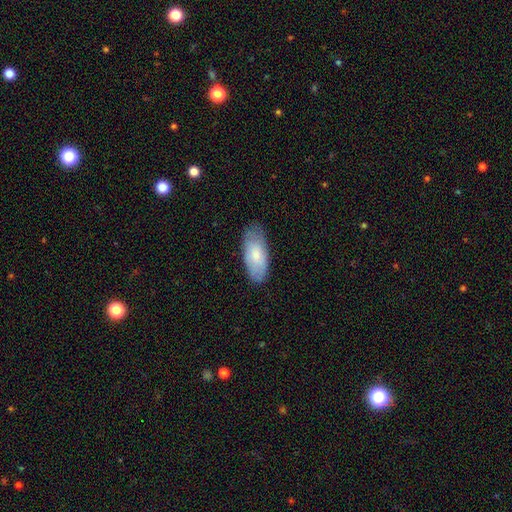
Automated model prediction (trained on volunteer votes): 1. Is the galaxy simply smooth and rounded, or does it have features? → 72% smooth, 23% featured or disk, 6% star or artifact.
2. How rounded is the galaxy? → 86% in between, 12% cigar-shaped, 2% round.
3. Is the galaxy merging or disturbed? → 79% none, 17% minor disturbance, 3% major disturbance, 1% merger.